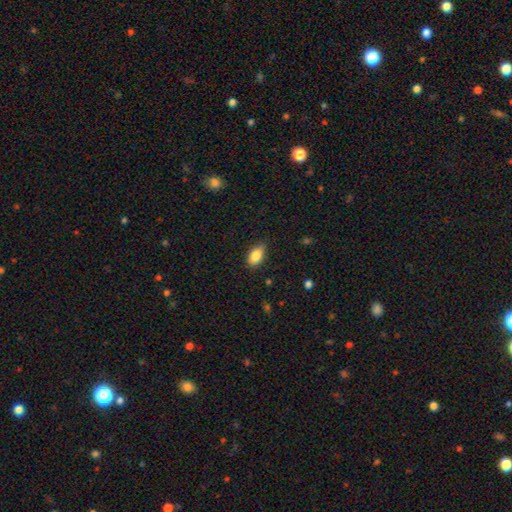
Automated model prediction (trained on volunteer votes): Smooth or featured? Predicted: smooth (p=0.86). How rounded? Predicted: in between (p=0.90). Merging? Predicted: none (p=0.77).